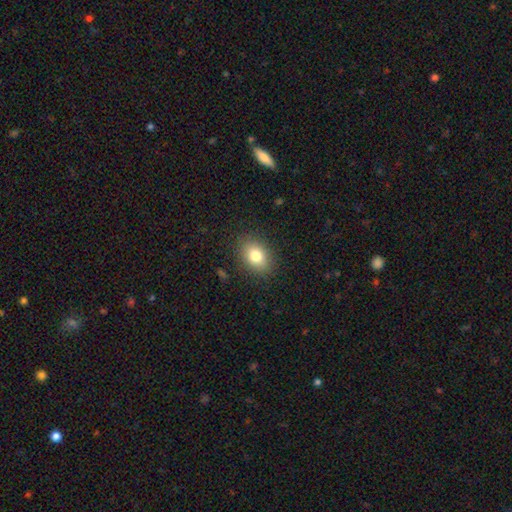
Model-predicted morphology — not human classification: This appears to be a smooth galaxy with no disk features (80%) that is in between round and cigar-shaped (74%). Merging: none (87%).